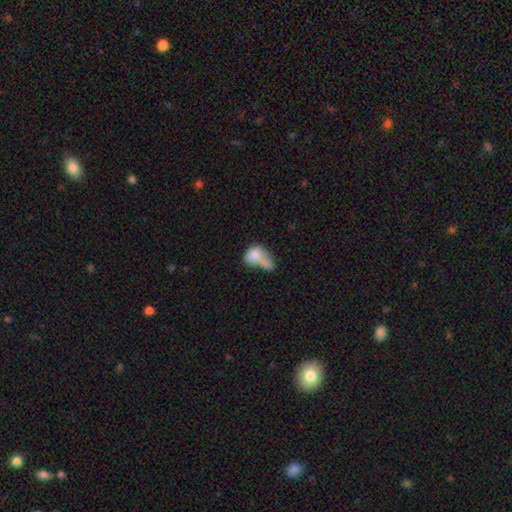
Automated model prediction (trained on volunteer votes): This is likely a smooth galaxy (72%). How rounded: likely in between (73%). Merging: possibly merger (57%).